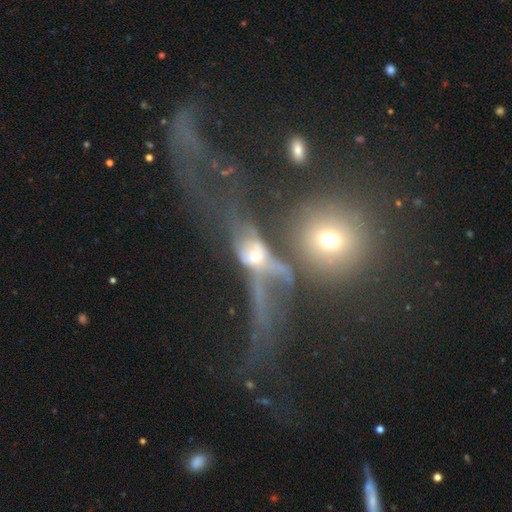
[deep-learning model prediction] Smooth or featured? Predicted: featured or disk (p=0.54). Edge-on disk? Predicted: no (p=0.84). Merging? Predicted: merger (p=0.57).